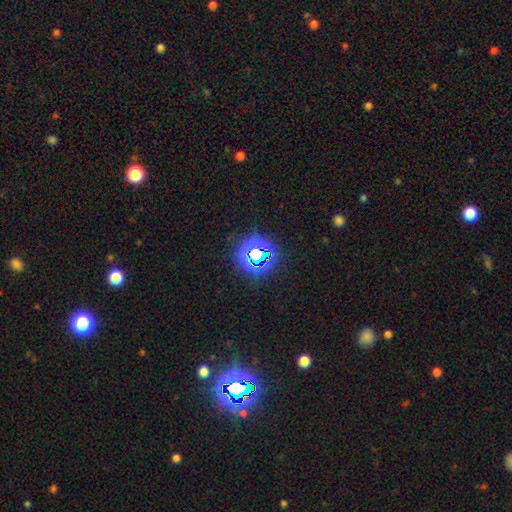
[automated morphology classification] smooth-or-featured: star or artifact: 73% | smooth: 18% | featured or disk: 9%